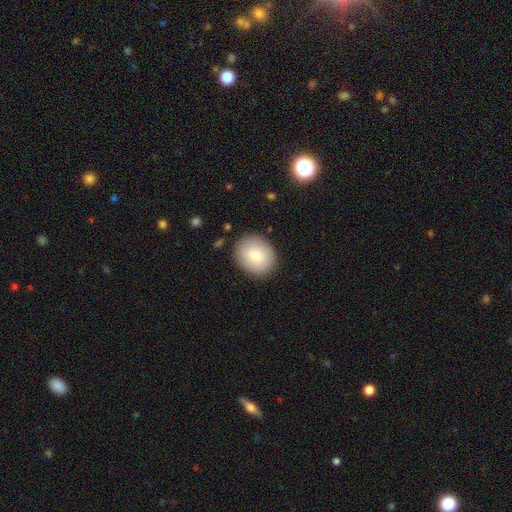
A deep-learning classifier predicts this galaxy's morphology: Smooth or featured? smooth (78%)
How rounded? round (61%)
Merging? none (87%)